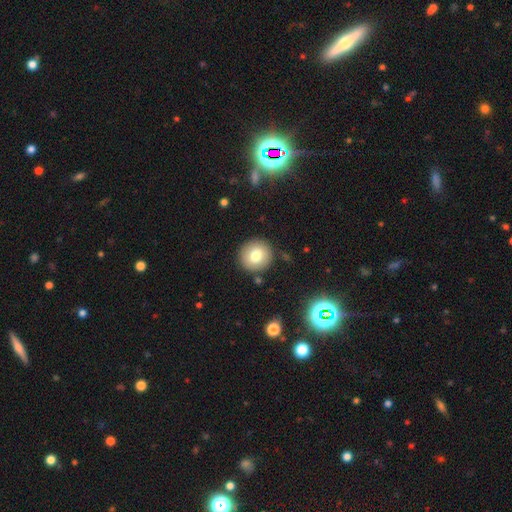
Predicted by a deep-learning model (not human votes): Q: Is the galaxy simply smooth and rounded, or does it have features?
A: smooth — 76%.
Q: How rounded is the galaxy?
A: round — 93%.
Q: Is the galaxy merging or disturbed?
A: none — 88%.